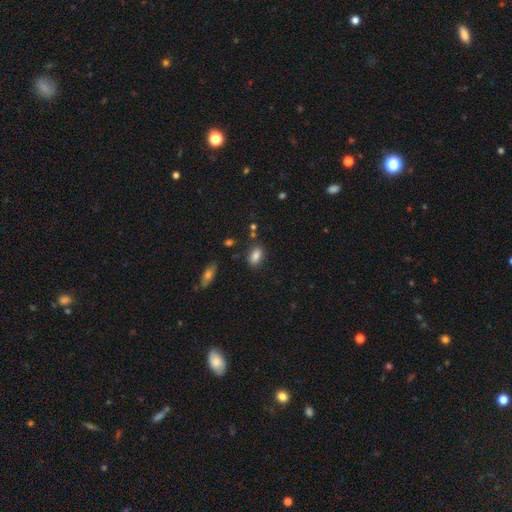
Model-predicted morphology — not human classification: The model was most divided on "merging": none: 80%, minor disturbance: 13%, merger: 4%, major disturbance: 3%. More confident: how rounded — in between (89%); smooth or featured — smooth (85%).